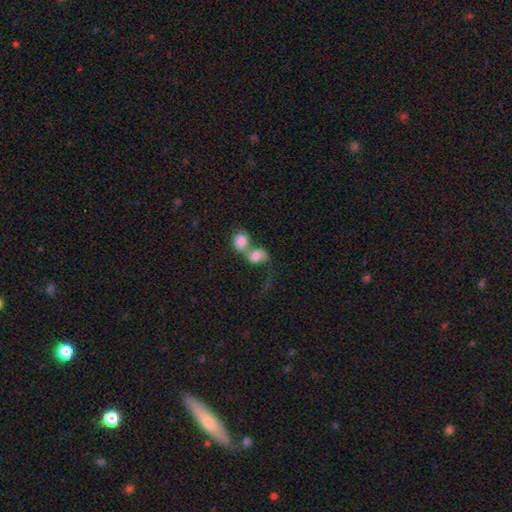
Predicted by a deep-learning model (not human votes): This is likely a smooth galaxy (69%). How rounded: possibly in between (50%). Merging: likely merger (76%).